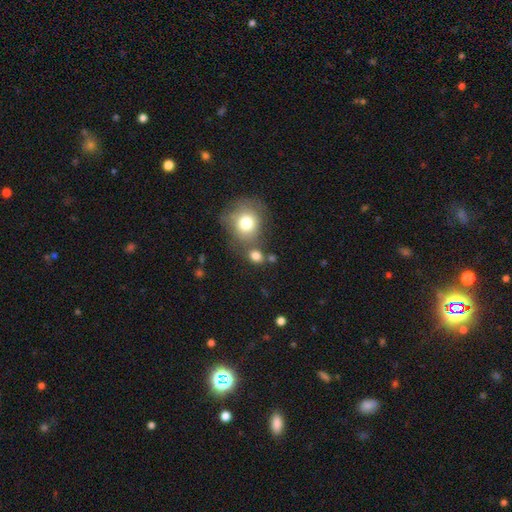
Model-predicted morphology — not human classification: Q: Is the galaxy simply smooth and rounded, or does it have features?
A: smooth — 79%.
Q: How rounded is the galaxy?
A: round — 65%.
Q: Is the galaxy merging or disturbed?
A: none — 56%.